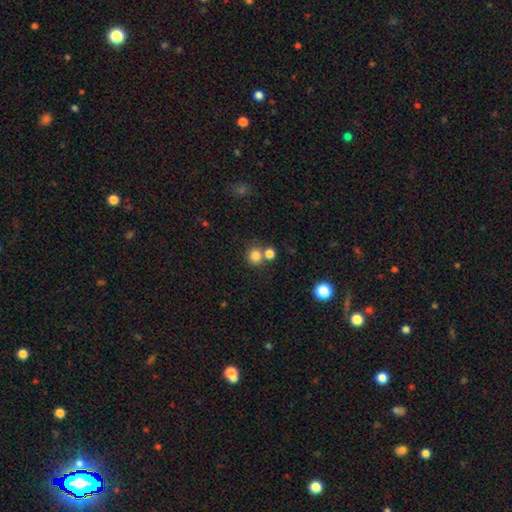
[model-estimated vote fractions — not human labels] Smooth or featured? Predicted: smooth (p=0.80). How rounded? Predicted: round (p=0.90). Merging? Predicted: none (p=0.62).